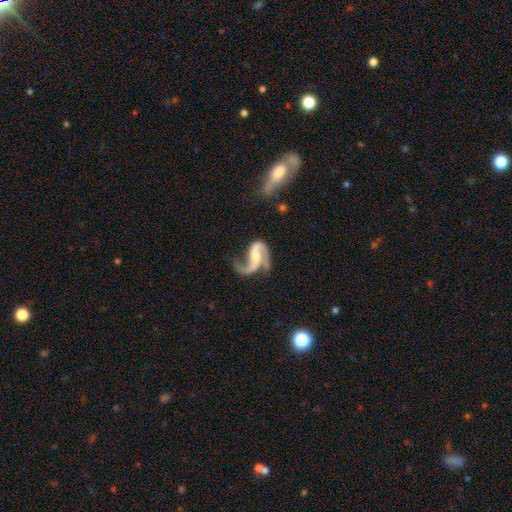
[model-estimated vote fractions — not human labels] A featured or disk galaxy (87%) with a weak bar (42%), 2 (79%) loose (64%) spiral arms (95%) and a moderate central bulge (38%). Merging: none (42%).